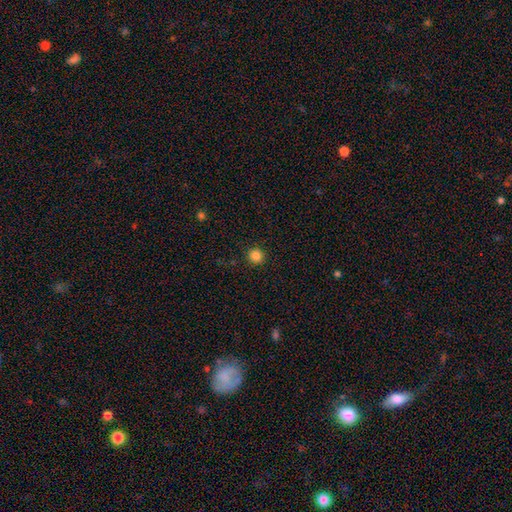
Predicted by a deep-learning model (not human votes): Morphology: type=smooth (85%); roundness=round (94%); merging=none (93%).